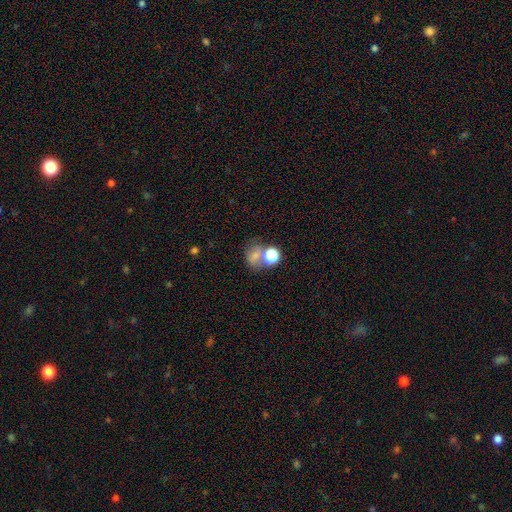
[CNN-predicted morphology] This is likely a smooth galaxy (63%). How rounded: likely round (63%). Merging: marginally none (39%, tied with merger).